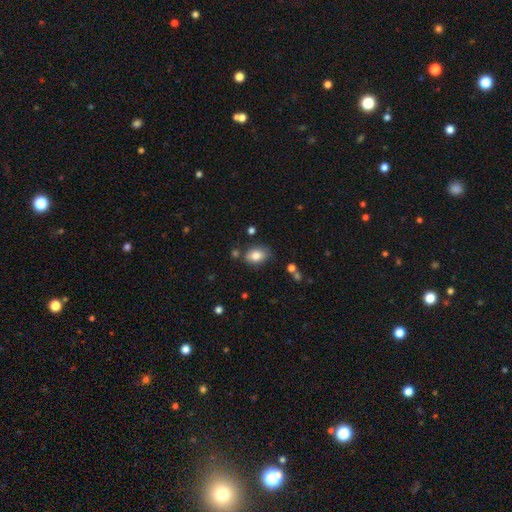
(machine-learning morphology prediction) This is clearly a smooth galaxy (81%). How rounded: likely in between (77%). Merging: likely none (71%).